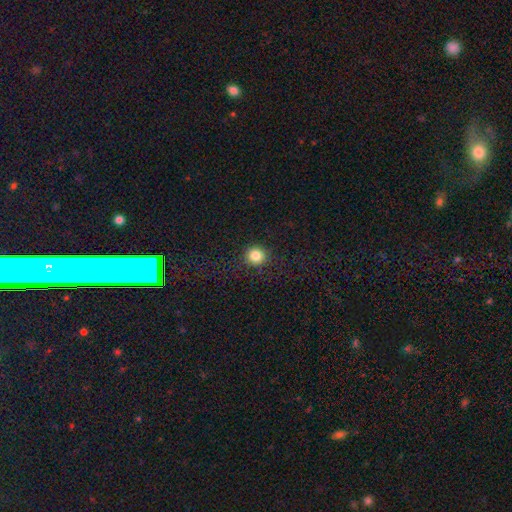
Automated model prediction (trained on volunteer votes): Smooth or featured?
  - smooth: 84% *
  - star or artifact: 12%
  - featured or disk: 4%
How rounded?
  - round: 92% *
  - in between: 7%
  - cigar-shaped: 1%
Merging?
  - none: 88% *
  - minor disturbance: 7%
  - major disturbance: 3%
  - merger: 1%